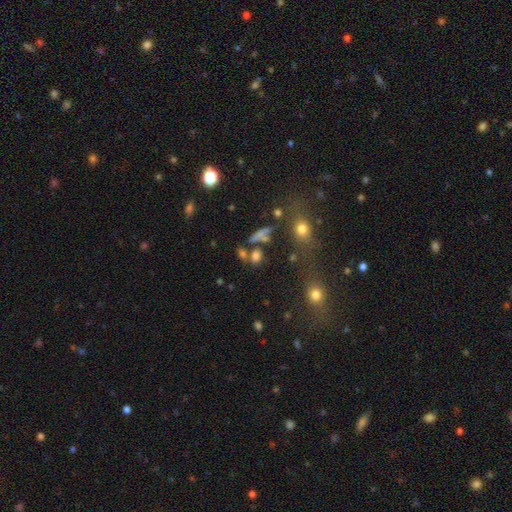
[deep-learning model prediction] Overall: smooth (72%). How rounded: in between (48%; round 42%). Merging: none (57%; merger 25%).